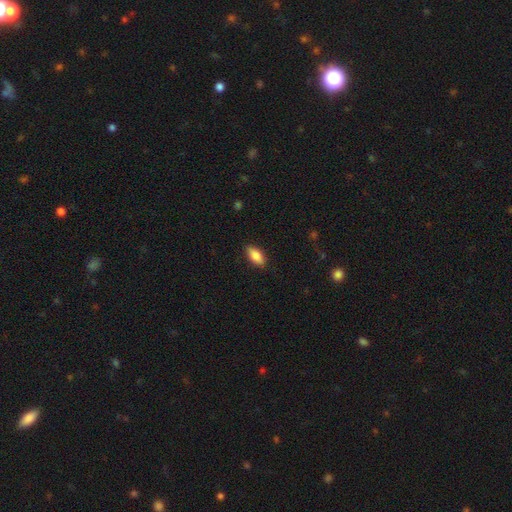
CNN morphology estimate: Smooth or featured? Predicted: smooth (p=0.84). How rounded? Predicted: in between (p=0.88). Merging? Predicted: none (p=0.86).